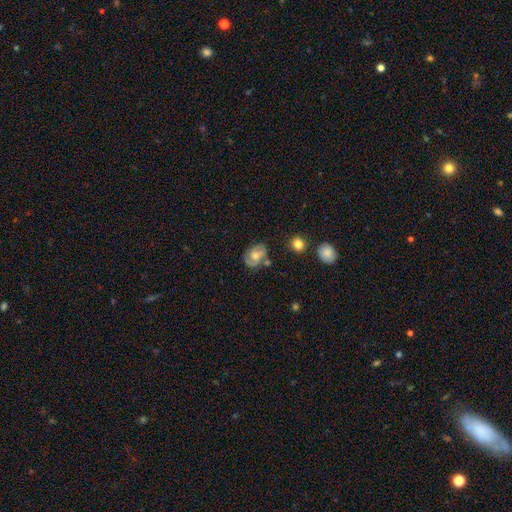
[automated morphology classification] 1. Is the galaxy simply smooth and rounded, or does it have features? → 62% featured or disk, 30% smooth, 8% star or artifact.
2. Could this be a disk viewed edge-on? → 96% no, 4% yes.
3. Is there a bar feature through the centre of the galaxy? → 56% no, 36% weak, 8% strong.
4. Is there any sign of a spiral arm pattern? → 83% yes, 17% no.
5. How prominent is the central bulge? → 64% moderate, 24% small, 8% large, 3% none, 1% dominant.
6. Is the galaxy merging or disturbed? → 67% none, 21% minor disturbance, 7% major disturbance, 6% merger.